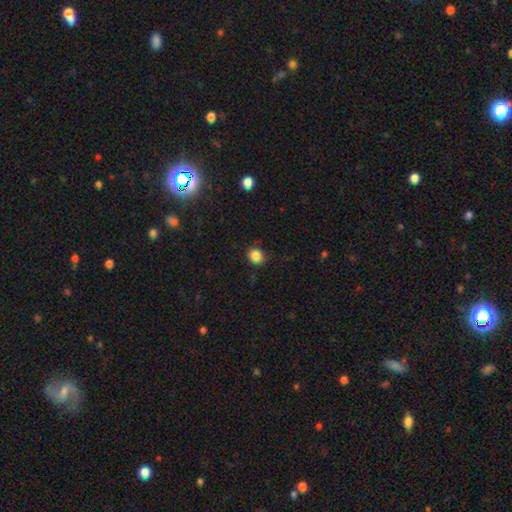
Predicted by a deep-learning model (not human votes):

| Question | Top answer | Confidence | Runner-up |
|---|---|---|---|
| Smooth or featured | smooth | 84% | star or artifact (11%) |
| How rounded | round | 73% | in between (26%) |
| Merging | none | 82% | minor disturbance (14%) |